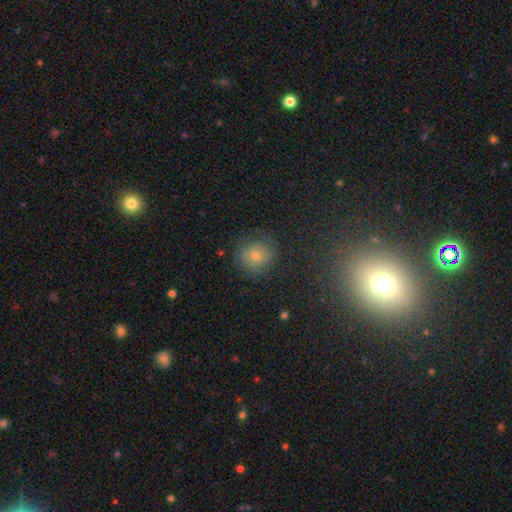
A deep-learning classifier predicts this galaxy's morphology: smooth 54%, featured or disk 23%, star or artifact 23%. Down the decision tree: how rounded — round (87%); merging — none (81%).